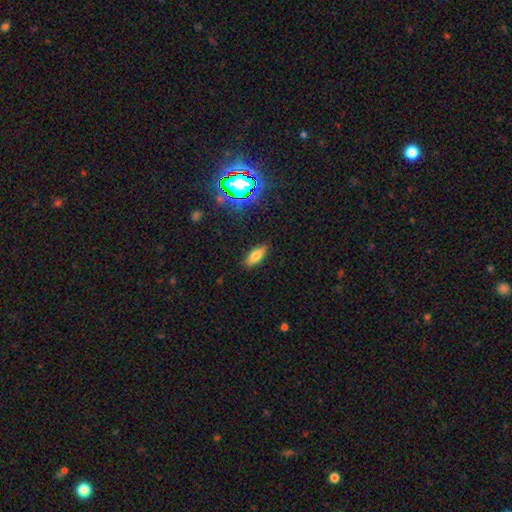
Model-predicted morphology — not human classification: type=smooth (74%); roundness=in between (74%); merging=none (87%).